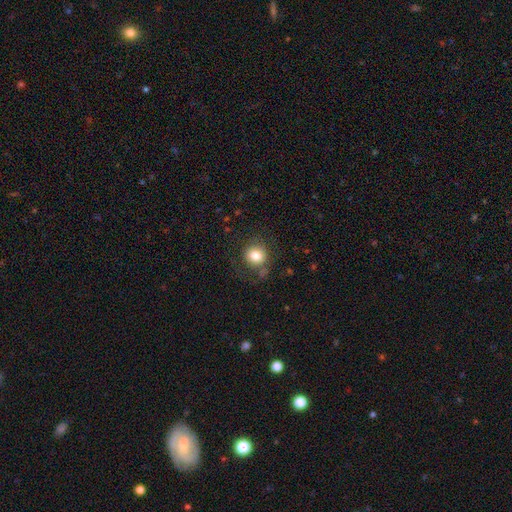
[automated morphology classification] This is clearly a smooth galaxy (81%). How rounded: clearly round (82%). Merging: likely none (73%).